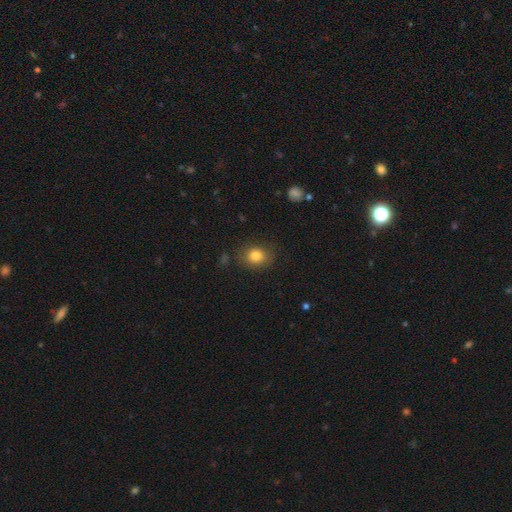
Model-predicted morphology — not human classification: This appears to be a smooth galaxy with no disk features (82%) that is round (62%). Merging: none (81%).